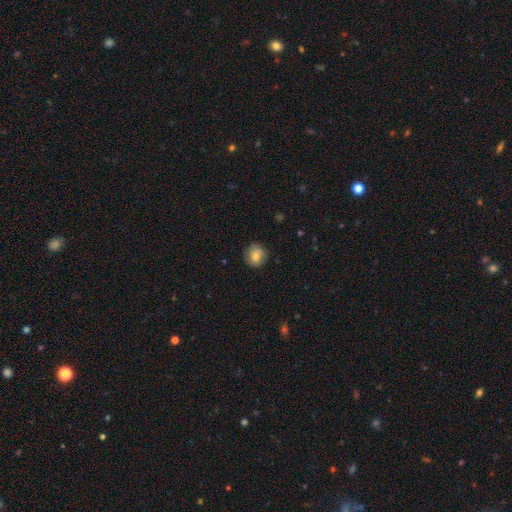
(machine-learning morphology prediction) Smooth or featured? smooth (77%)
How rounded? round (87%)
Merging? none (86%)